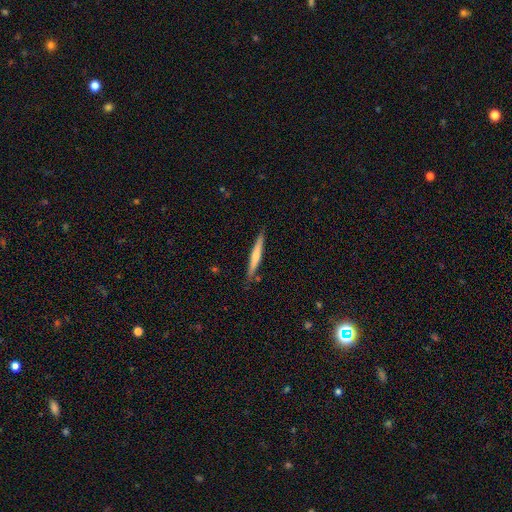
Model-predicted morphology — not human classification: Smooth or featured? Predicted: featured or disk (p=0.51). Edge-on disk? Predicted: yes (p=0.96). Merging? Predicted: none (p=0.85).